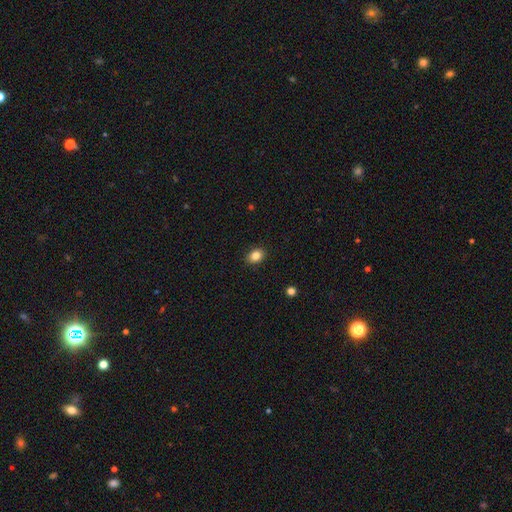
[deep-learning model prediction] A smooth galaxy with no disk features (83%) that is in between round and cigar-shaped (65%). Merging: none (89%).